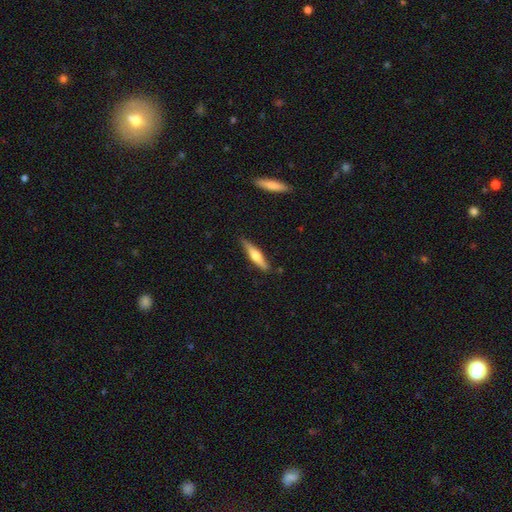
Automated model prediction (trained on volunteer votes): Smooth or featured? featured or disk (49%)
Merging? none (85%)